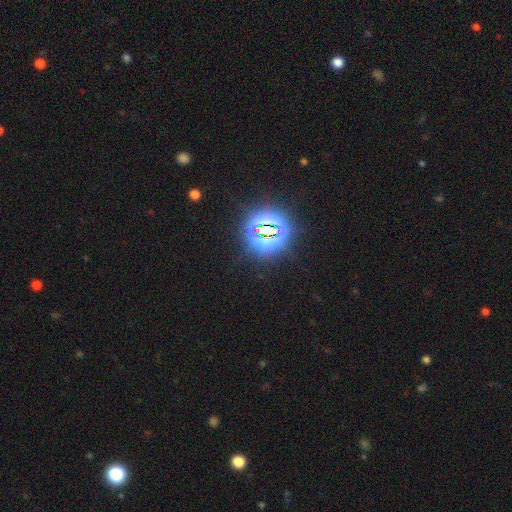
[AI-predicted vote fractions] This appears to be a star or artifact, not a galaxy (85%).